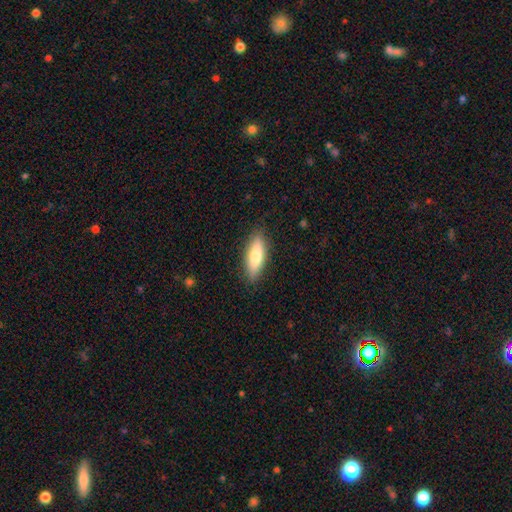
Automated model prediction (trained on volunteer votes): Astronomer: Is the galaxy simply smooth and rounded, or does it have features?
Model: smooth — 73%.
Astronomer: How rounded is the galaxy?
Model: cigar-shaped — 52% (runner-up: in between, 46%).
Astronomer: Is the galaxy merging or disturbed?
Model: none — 86%.